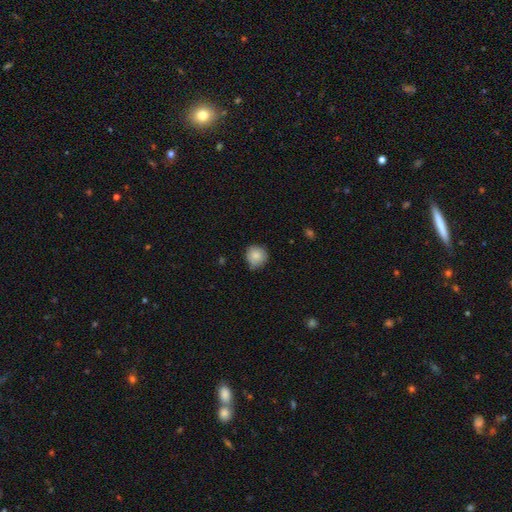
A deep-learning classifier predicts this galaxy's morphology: The model was most divided on "merging": none: 74%, minor disturbance: 21%, major disturbance: 3%, merger: 2%. More confident: how rounded — round (92%); smooth or featured — smooth (83%).